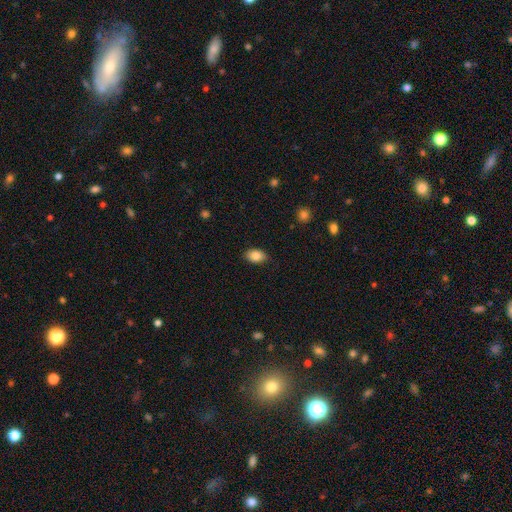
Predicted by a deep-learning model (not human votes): This is clearly a smooth galaxy (86%). How rounded: clearly in between (85%). Merging: clearly none (84%).